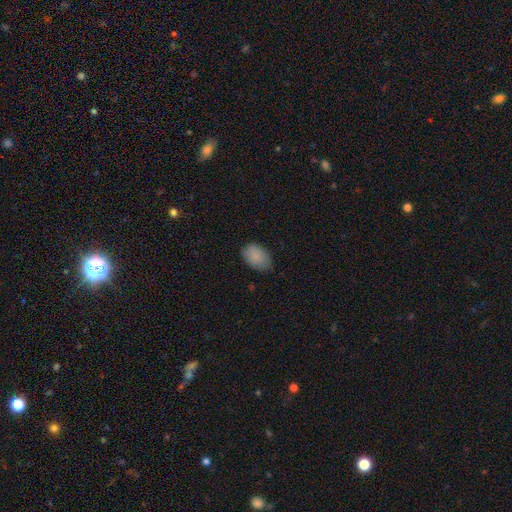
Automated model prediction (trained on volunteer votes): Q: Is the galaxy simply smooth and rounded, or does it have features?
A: smooth — 86%.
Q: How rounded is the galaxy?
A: in between — 88%.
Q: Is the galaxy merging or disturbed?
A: none — 70%.